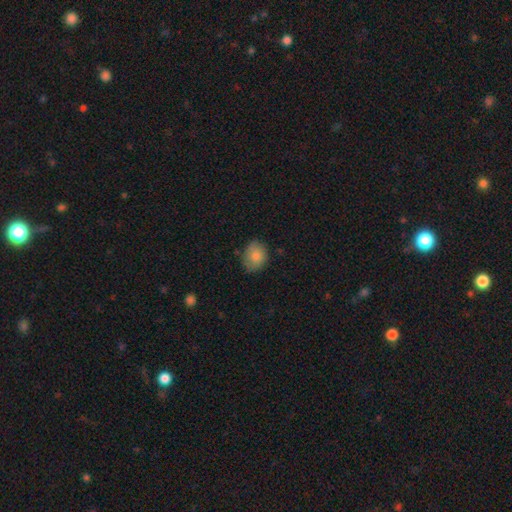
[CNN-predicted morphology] smooth_or_featured: smooth (p=0.83) [alt: featured or disk p=0.09]
how_rounded: in between (p=0.53) [alt: round p=0.47]
merging: none (p=0.71) [alt: minor disturbance p=0.23]